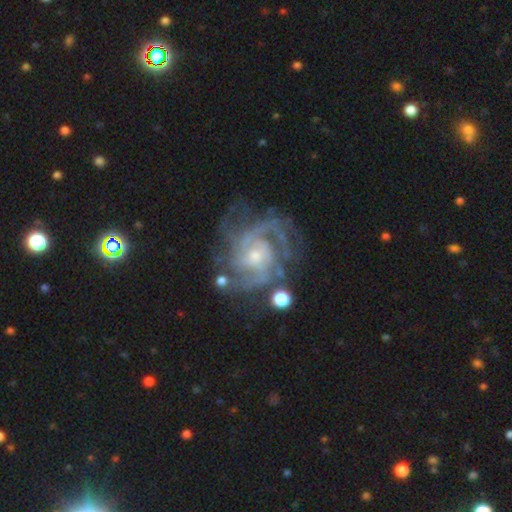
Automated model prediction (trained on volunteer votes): This appears to be a featured or disk galaxy (89%) with no bar (64%), 3 (26%) tight (45%) spiral arms (96%) and a small central bulge (54%). Merging: none (62%).